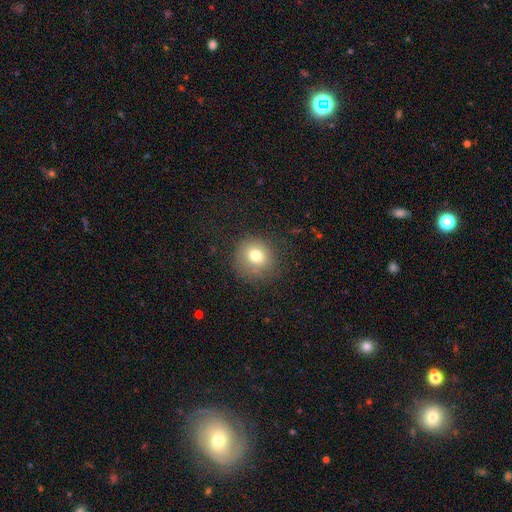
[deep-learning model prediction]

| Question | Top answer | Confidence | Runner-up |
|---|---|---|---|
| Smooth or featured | smooth | 76% | star or artifact (12%) |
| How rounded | round | 87% | in between (12%) |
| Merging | none | 77% | minor disturbance (15%) |